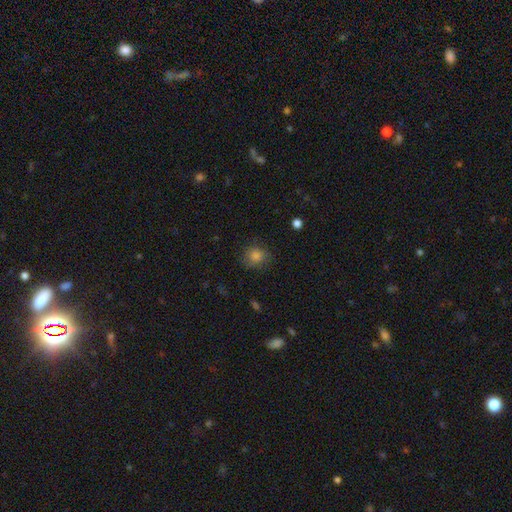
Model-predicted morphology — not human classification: Q: Smooth or featured?
A: smooth (80%); runner-up: star or artifact (13%)
Q: How rounded?
A: round (83%); runner-up: in between (16%)
Q: Merging?
A: none (79%); runner-up: minor disturbance (16%)